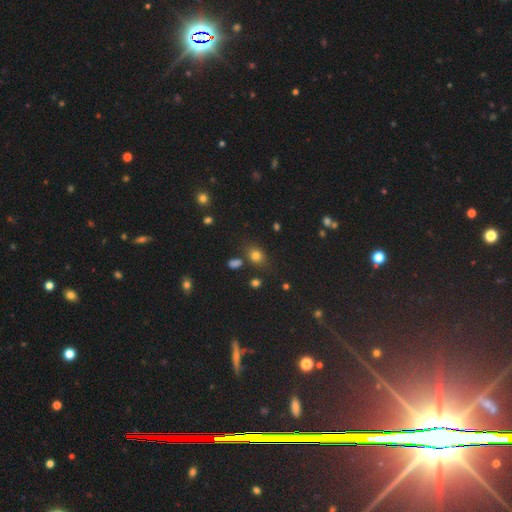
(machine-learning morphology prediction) A smooth galaxy with no disk features (76%) that is round (50%). Merging: none (74%).